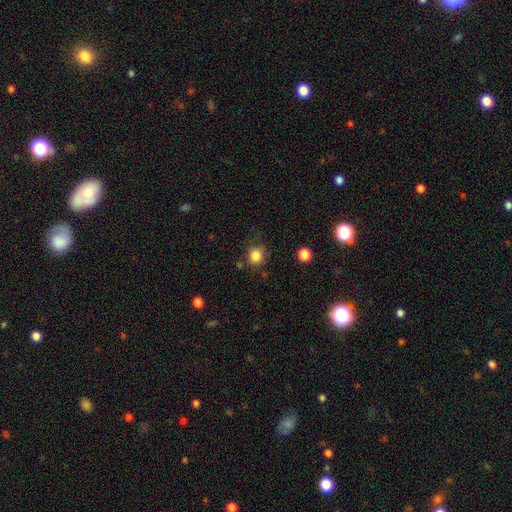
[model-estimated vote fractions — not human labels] Q: Smooth or featured?
A: smooth (84%); runner-up: star or artifact (11%)
Q: How rounded?
A: round (84%); runner-up: in between (16%)
Q: Merging?
A: none (76%); runner-up: minor disturbance (15%)